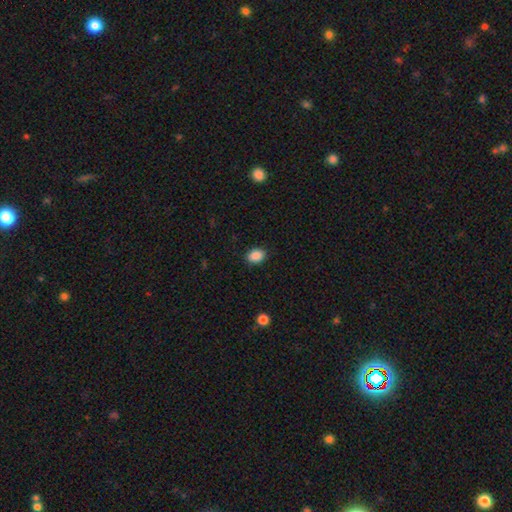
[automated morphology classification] type=smooth (88%); roundness=in between (70%); merging=none (89%).